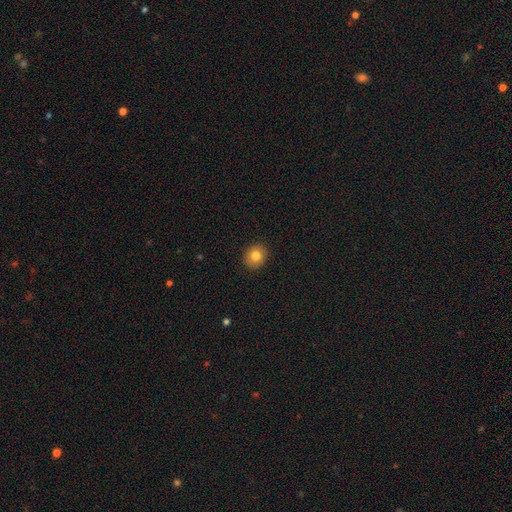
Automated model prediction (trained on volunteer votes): This is clearly a smooth galaxy (81%). How rounded: likely round (73%). Merging: clearly none (91%).